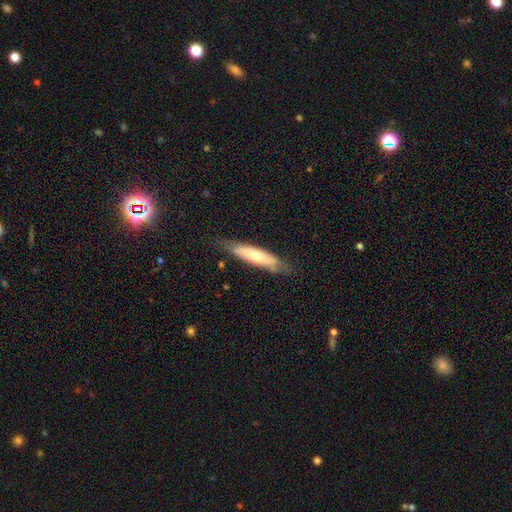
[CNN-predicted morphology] The model was most divided on "smooth or featured": smooth: 55%, featured or disk: 39%, star or artifact: 6%. More confident: merging — none (71%); how rounded — cigar-shaped (70%).